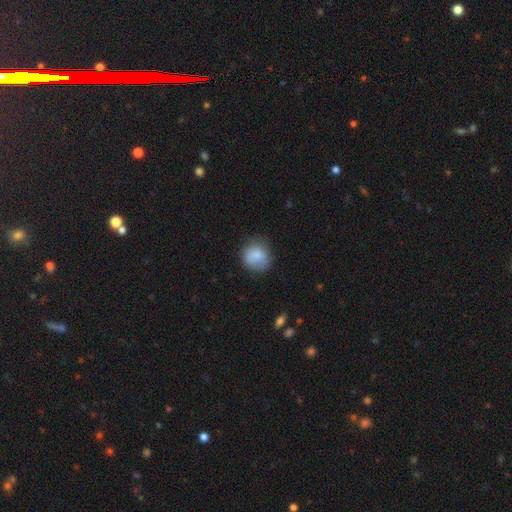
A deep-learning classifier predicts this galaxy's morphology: Smooth or featured? smooth (83%)
How rounded? round (84%)
Merging? none (67%)